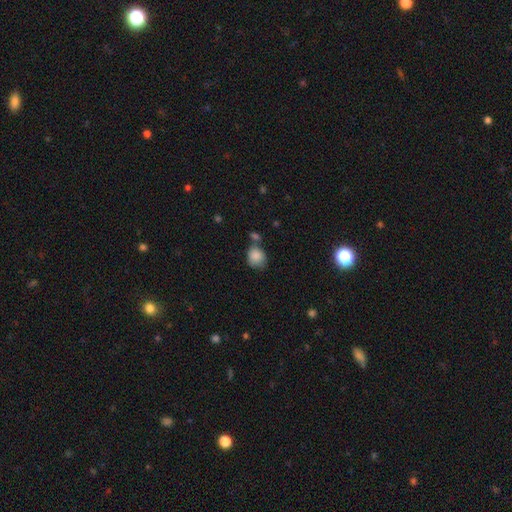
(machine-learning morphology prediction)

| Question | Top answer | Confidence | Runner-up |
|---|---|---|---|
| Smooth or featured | smooth | 86% | star or artifact (8%) |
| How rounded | round | 68% | in between (31%) |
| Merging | none | 50% | minor disturbance (23%) |